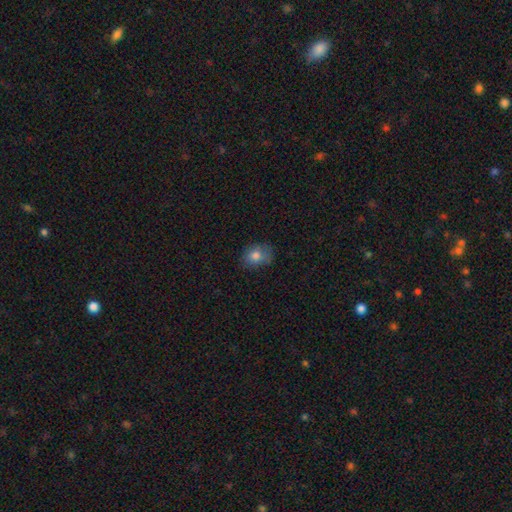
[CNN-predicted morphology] type=smooth (79%); roundness=in between (58%); merging=none (72%).